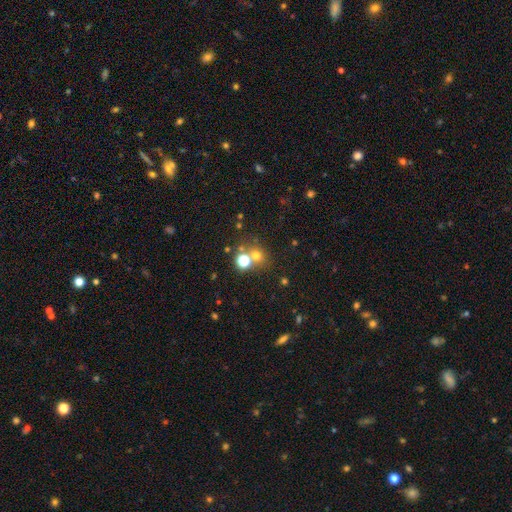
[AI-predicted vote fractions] Morphology: type=smooth (62%); roundness=round (84%); merging=none (62%).